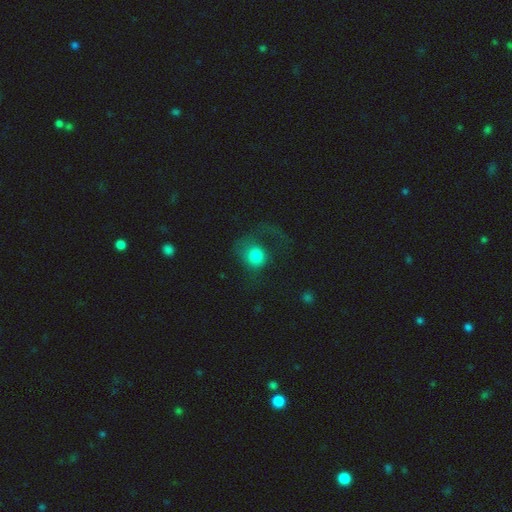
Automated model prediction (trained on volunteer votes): The model was most divided on "merging": major disturbance: 53%, none: 28%, minor disturbance: 16%, merger: 3%. More confident: how rounded — round (76%); smooth or featured — smooth (68%).